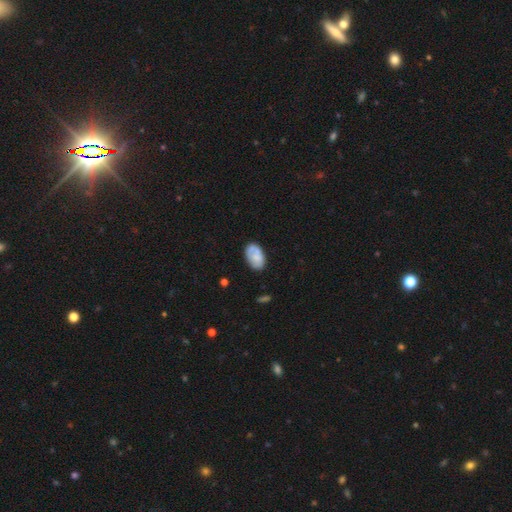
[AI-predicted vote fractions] This is likely a smooth galaxy (65%). How rounded: clearly in between (92%). Merging: likely none (62%).